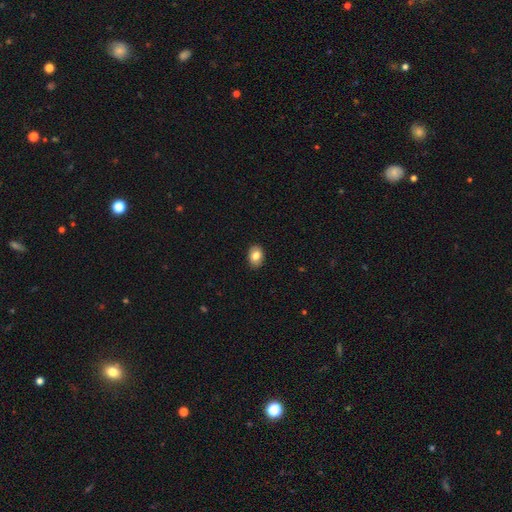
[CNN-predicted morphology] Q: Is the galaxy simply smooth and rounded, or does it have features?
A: smooth — 81%.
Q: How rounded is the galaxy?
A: in between — 74%.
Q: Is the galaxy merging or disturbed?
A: none — 90%.